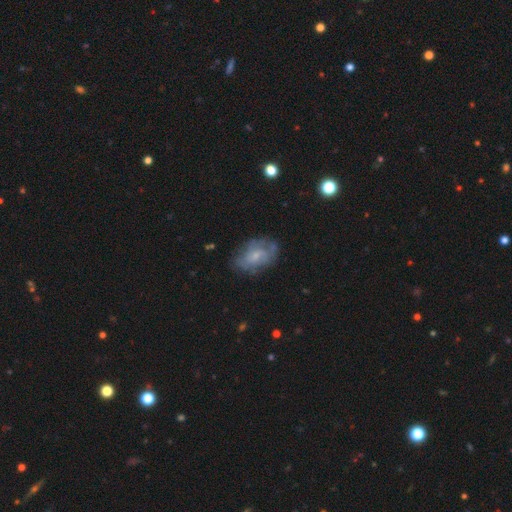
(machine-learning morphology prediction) This is possibly a featured or disk galaxy (54%). It is clearly not viewed edge-on (96%). Bar: likely no (63%). Spiral arm pattern: likely yes (64%). Central bulge: possibly small (54%). Merging: likely none (63%).